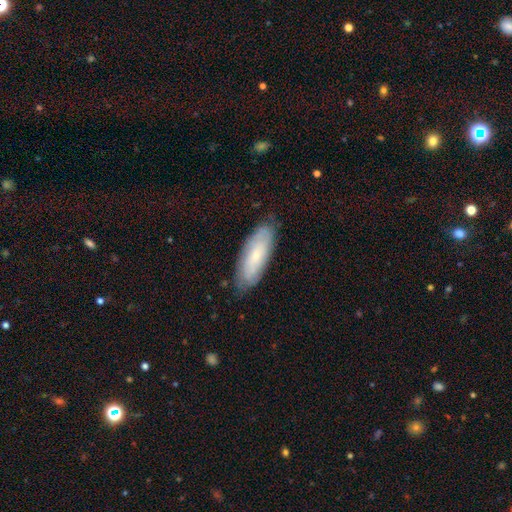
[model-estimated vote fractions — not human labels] Smooth or featured? Predicted: featured or disk (p=0.49). Merging? Predicted: none (p=0.79).